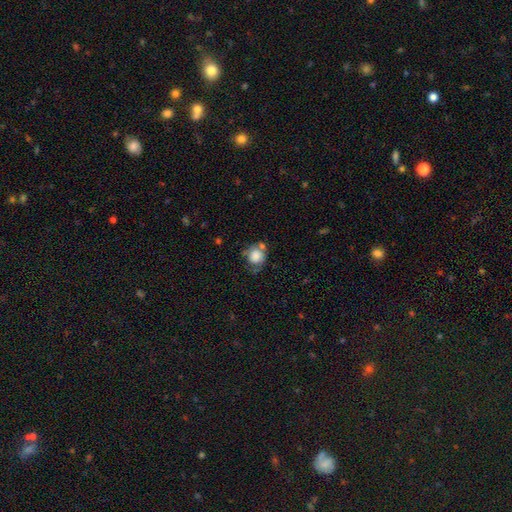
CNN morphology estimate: type=smooth (78%); roundness=round (79%); merging=none (47%).